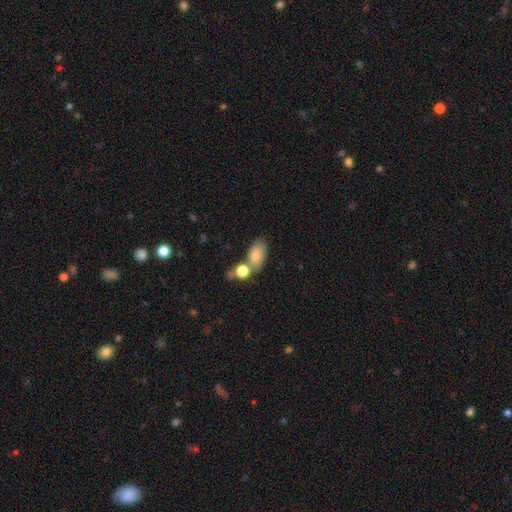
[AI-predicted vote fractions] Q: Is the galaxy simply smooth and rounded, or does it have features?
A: smooth — 81%.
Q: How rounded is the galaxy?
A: in between — 88%.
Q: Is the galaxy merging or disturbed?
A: none — 45%.